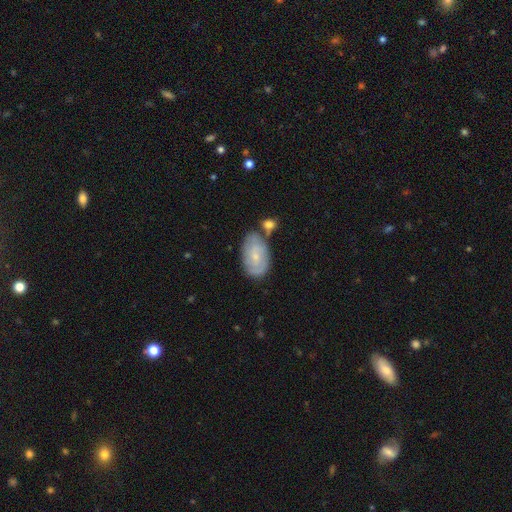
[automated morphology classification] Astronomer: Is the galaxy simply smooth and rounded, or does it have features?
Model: featured or disk — 59%.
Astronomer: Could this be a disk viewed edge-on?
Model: no — 96%.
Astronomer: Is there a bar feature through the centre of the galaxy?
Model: no — 58% (runner-up: weak, 36%).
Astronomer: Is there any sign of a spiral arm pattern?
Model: yes — 81%.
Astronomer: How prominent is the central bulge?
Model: small — 68%.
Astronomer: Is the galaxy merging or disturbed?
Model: none — 58%.